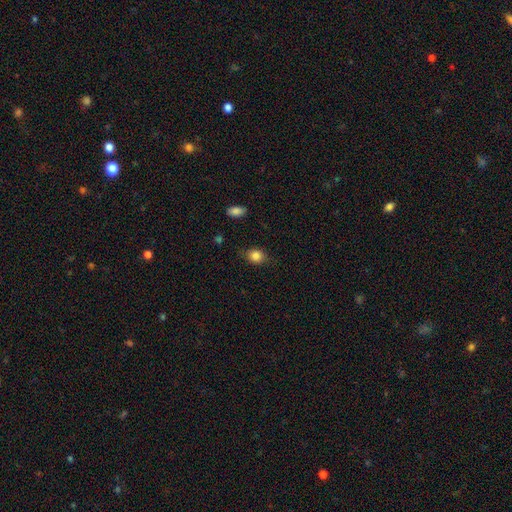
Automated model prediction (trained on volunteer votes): Q: Smooth or featured?
A: smooth (83%); runner-up: star or artifact (10%)
Q: How rounded?
A: in between (49%); tied with: round (49%)
Q: Merging?
A: none (77%); runner-up: minor disturbance (18%)